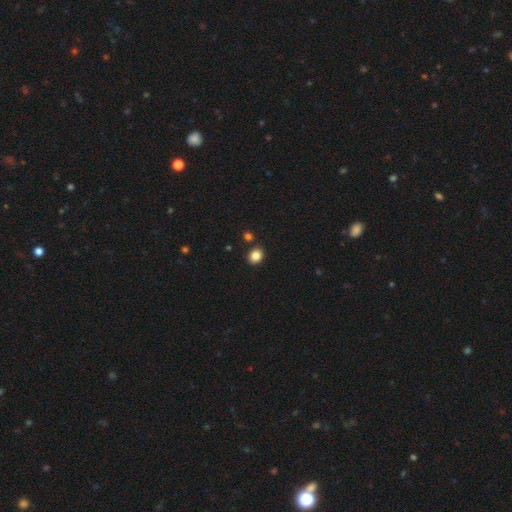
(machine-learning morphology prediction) smooth-or-featured: smooth: 85% | star or artifact: 10% | featured or disk: 5%
  how-rounded: round: 57% | in between: 42% | cigar-shaped: 1%
  merging: none: 86% | minor disturbance: 8% | merger: 5% | major disturbance: 2%